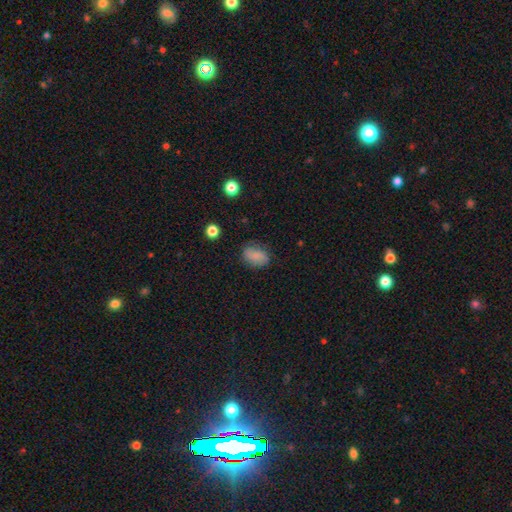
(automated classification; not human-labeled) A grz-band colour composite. It shows a smooth galaxy with no disk features (76%) that is in between round and cigar-shaped (81%). Merging: none (74%).